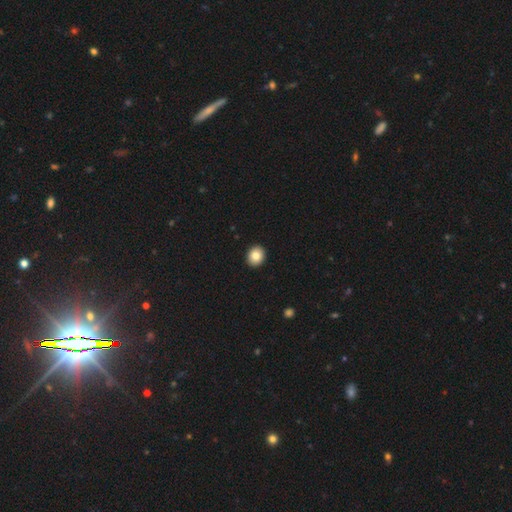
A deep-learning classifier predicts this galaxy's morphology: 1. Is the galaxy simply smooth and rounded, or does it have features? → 84% smooth, 9% star or artifact, 8% featured or disk.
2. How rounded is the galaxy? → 68% round, 31% in between, 1% cigar-shaped.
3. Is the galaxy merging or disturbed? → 93% none, 5% minor disturbance, 1% major disturbance, 1% merger.